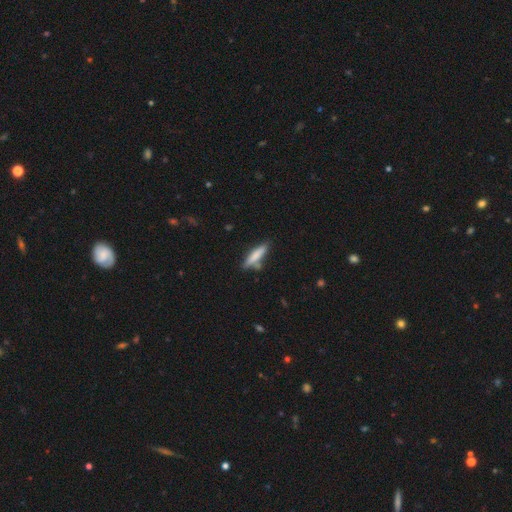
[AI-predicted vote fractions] This appears to be a smooth galaxy with no disk features (76%) that is cigar-shaped (79%). Merging: none (73%).